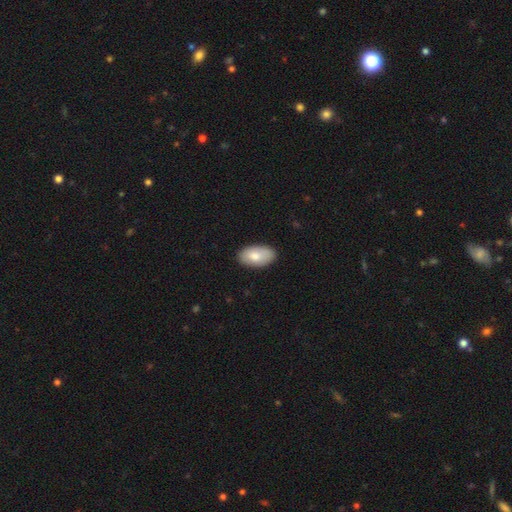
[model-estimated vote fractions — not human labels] Morphology: type=smooth (80%); roundness=in between (95%); merging=none (86%).